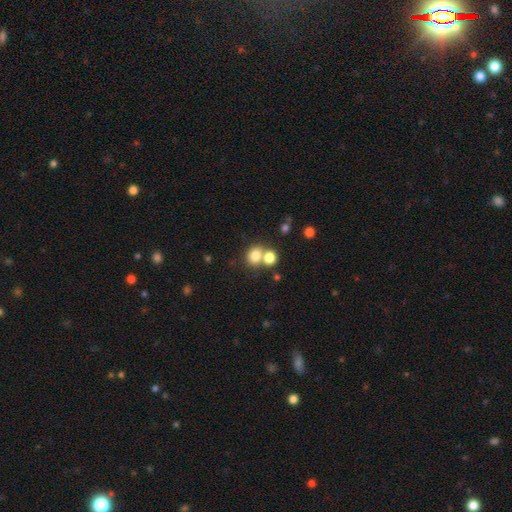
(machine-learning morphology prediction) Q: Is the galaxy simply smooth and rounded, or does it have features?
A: smooth — 79%.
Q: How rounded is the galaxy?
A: round — 74%.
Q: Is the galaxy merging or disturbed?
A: none — 51%.